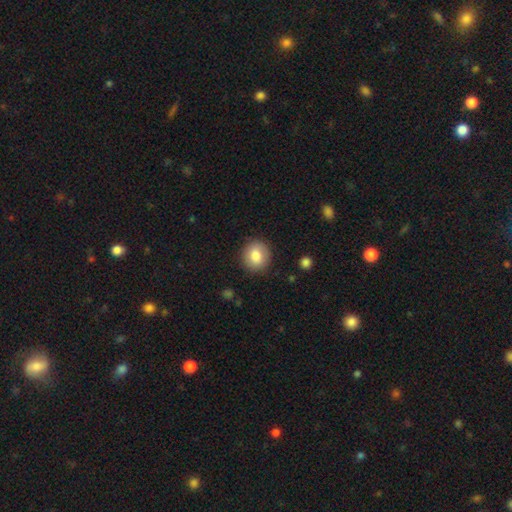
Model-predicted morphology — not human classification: type=smooth (81%); roundness=round (81%); merging=none (88%).